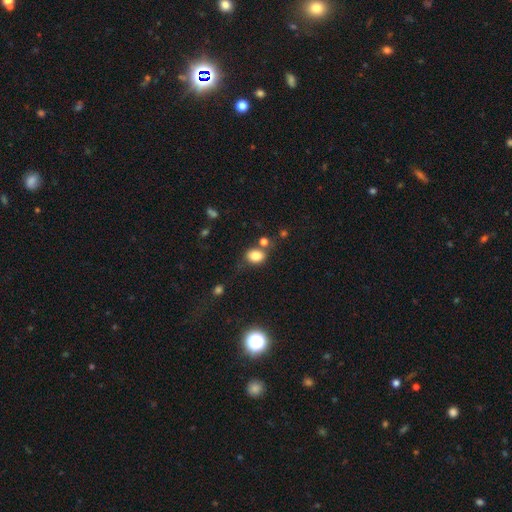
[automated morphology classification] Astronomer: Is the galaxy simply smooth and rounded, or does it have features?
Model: smooth — 81%.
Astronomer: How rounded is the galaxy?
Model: in between — 52% (runner-up: round, 47%).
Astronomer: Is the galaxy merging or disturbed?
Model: none — 62%.